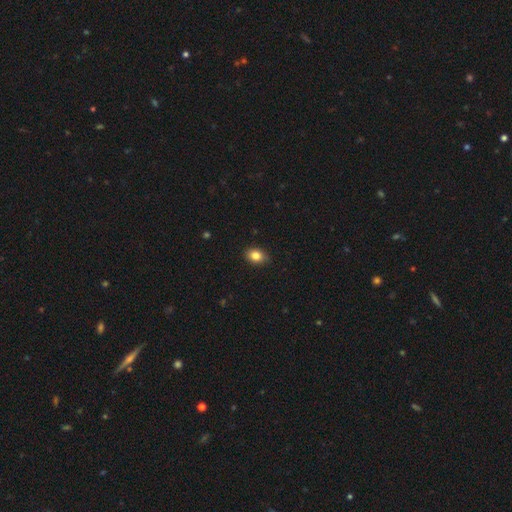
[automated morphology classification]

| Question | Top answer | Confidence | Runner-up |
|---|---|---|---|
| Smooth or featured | smooth | 85% | star or artifact (10%) |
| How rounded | in between | 66% | round (33%) |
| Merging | none | 86% | minor disturbance (11%) |